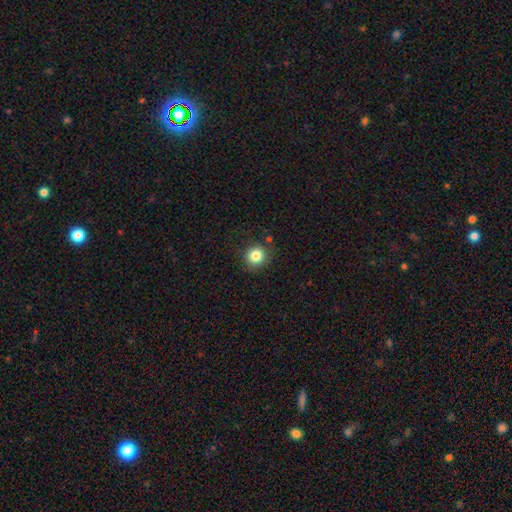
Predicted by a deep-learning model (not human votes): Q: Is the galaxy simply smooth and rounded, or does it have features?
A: smooth — 83%.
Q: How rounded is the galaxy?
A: round — 92%.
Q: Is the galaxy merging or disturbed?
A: none — 84%.